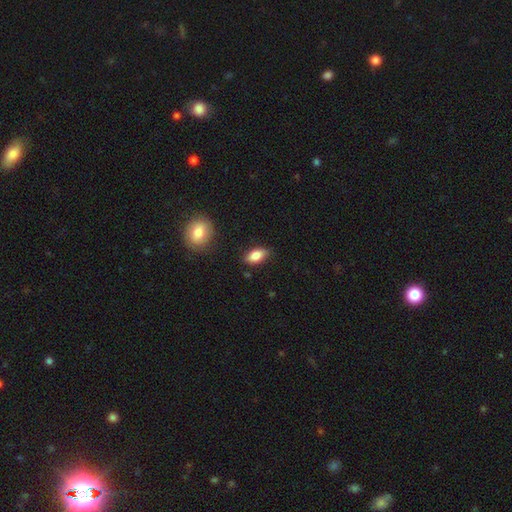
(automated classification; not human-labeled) smooth-or-featured: smooth: 84% | featured or disk: 9% | star or artifact: 7%
  how-rounded: in between: 90% | cigar-shaped: 5% | round: 5%
  merging: none: 81% | minor disturbance: 15% | major disturbance: 3% | merger: 2%